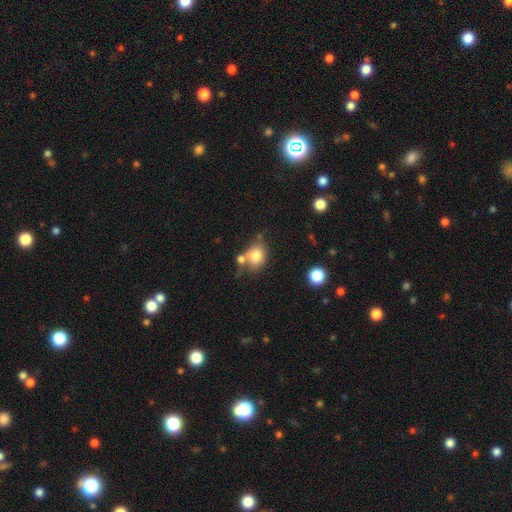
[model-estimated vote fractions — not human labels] smooth-or-featured: smooth: 76% | featured or disk: 14% | star or artifact: 10%
  how-rounded: in between: 50% | round: 49% | cigar-shaped: 1%
  merging: none: 44% | merger: 30% | minor disturbance: 19% | major disturbance: 8%